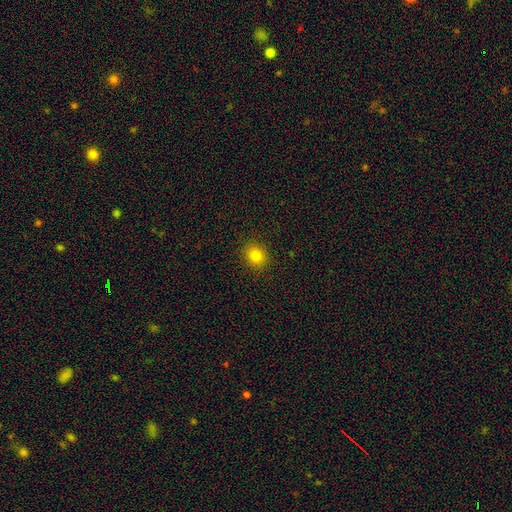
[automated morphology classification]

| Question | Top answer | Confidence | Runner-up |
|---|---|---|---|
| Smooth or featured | smooth | 81% | star or artifact (13%) |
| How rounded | round | 77% | in between (22%) |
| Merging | none | 90% | minor disturbance (7%) |